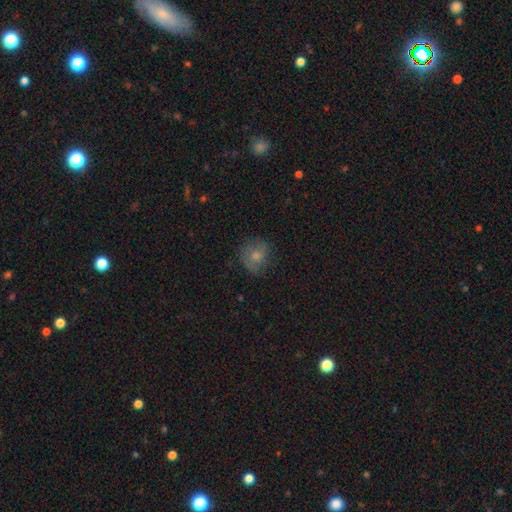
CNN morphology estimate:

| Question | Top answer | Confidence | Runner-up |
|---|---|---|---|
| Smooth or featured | smooth | 70% | featured or disk (19%) |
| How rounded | round | 76% | in between (23%) |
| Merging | none | 65% | minor disturbance (23%) |